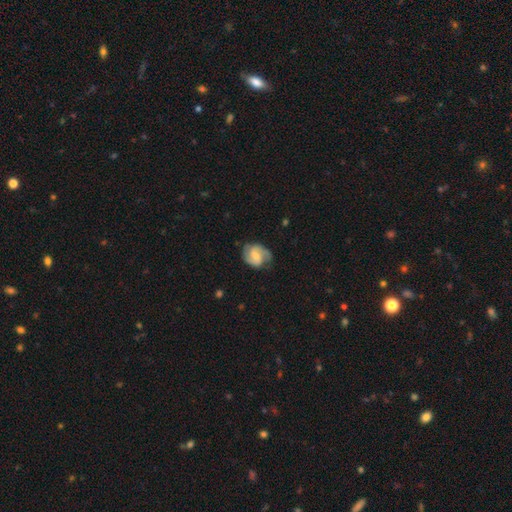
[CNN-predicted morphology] A featured or disk galaxy (73%) with a weak bar (54%), 2 (86%) medium (49%) spiral arms (94%) and a small central bulge (43%). Merging: none (71%).